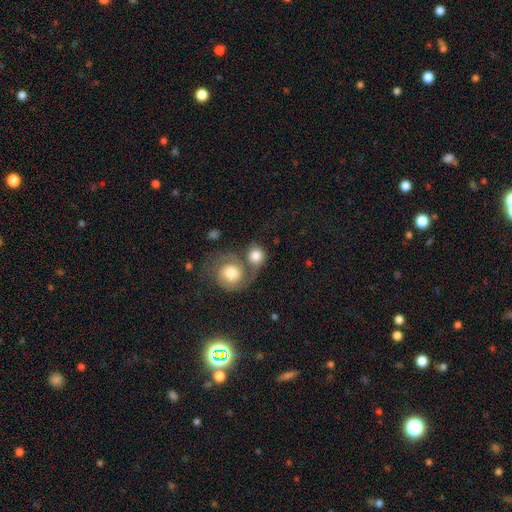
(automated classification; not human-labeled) This appears to be a smooth galaxy with no disk features (63%) that is round (80%). Merging: merger (57%).